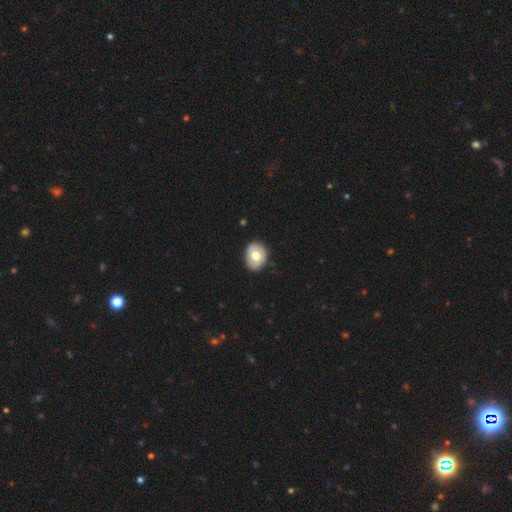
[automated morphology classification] Smooth or featured? smooth (62%)
How rounded? in between (55%)
Merging? none (84%)